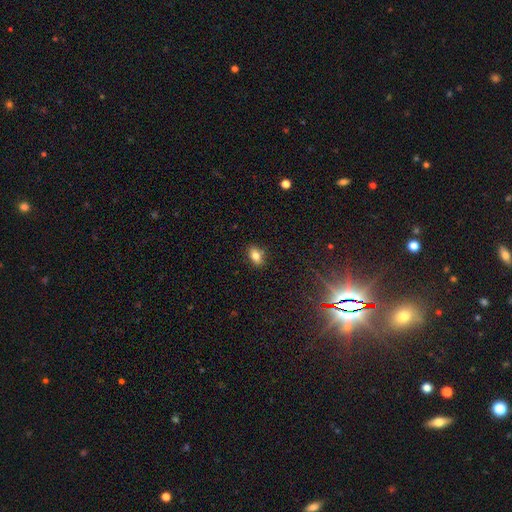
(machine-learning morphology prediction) Smooth or featured? smooth (76%)
How rounded? in between (84%)
Merging? none (83%)